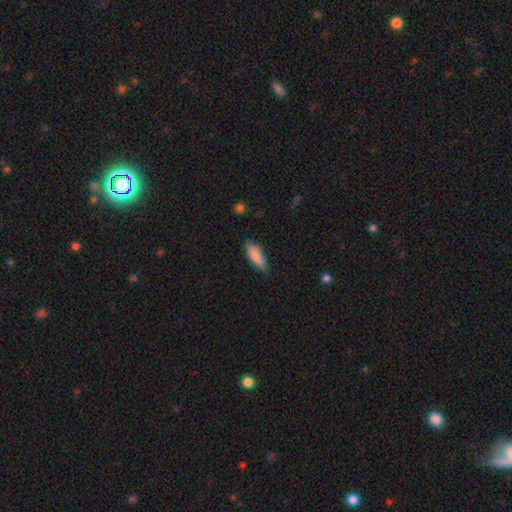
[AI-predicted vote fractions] smooth_or_featured: smooth (p=0.85) [alt: featured or disk p=0.09]
how_rounded: in between (p=0.57) [alt: cigar-shaped p=0.41]
merging: none (p=0.79) [alt: minor disturbance p=0.17]